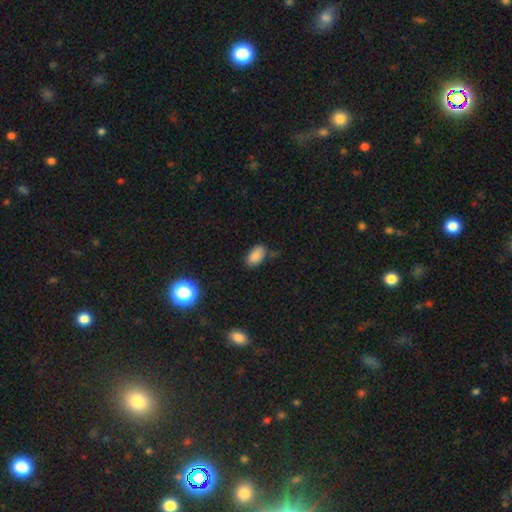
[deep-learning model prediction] This appears to be a smooth galaxy with no disk features (84%) that is in between round and cigar-shaped (92%). Merging: none (70%).